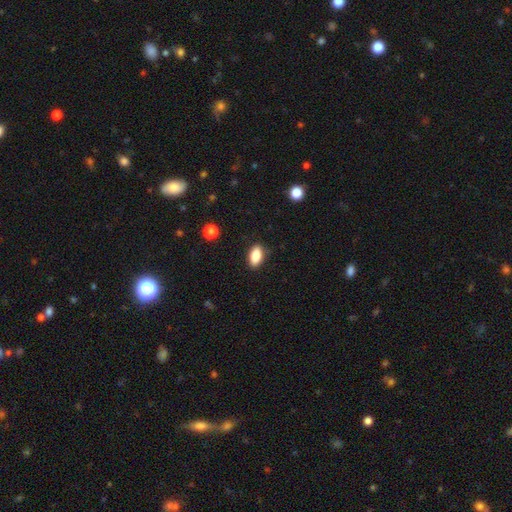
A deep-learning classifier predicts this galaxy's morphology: Q: Smooth or featured?
A: smooth (84%); runner-up: featured or disk (8%)
Q: How rounded?
A: in between (89%); runner-up: cigar-shaped (6%)
Q: Merging?
A: none (87%); runner-up: minor disturbance (10%)